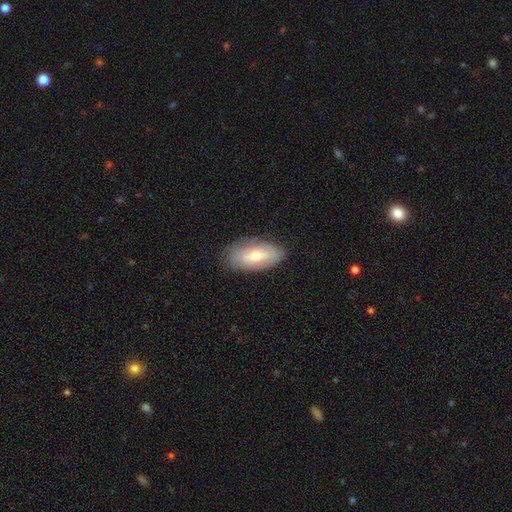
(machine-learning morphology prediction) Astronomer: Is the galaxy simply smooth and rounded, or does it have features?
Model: featured or disk — 55% (runner-up: smooth, 38%).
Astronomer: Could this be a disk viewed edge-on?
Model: no — 88%.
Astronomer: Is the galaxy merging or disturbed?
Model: none — 80%.